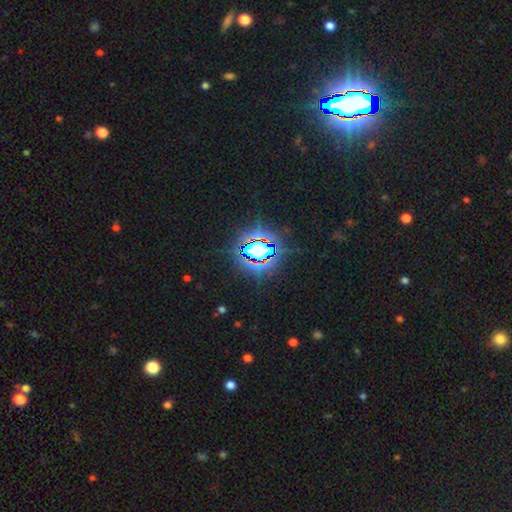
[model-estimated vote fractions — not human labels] Morphology: type=star or artifact (81%).